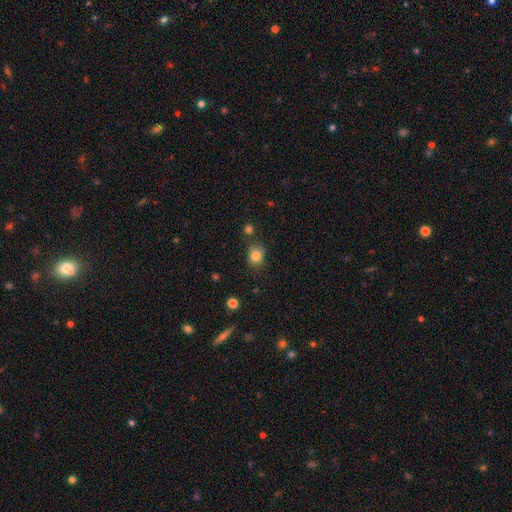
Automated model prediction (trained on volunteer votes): smooth 82%, star or artifact 11%, featured or disk 7%. Down the decision tree: how rounded — round (55%); merging — none (71%).